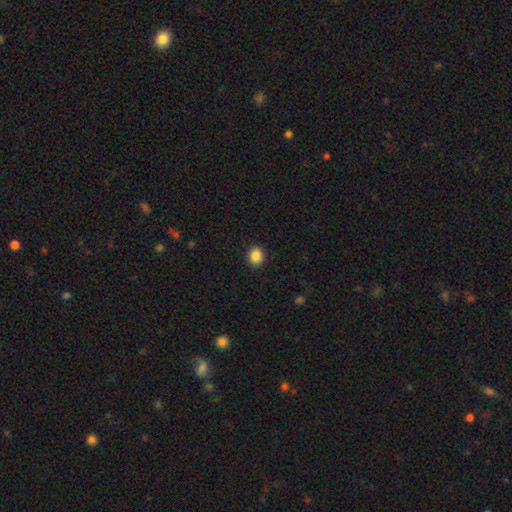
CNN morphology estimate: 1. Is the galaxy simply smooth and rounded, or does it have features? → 87% smooth, 9% star or artifact, 3% featured or disk.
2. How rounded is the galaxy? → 66% round, 33% in between, 1% cigar-shaped.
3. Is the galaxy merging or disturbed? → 91% none, 7% minor disturbance, 2% major disturbance, 1% merger.